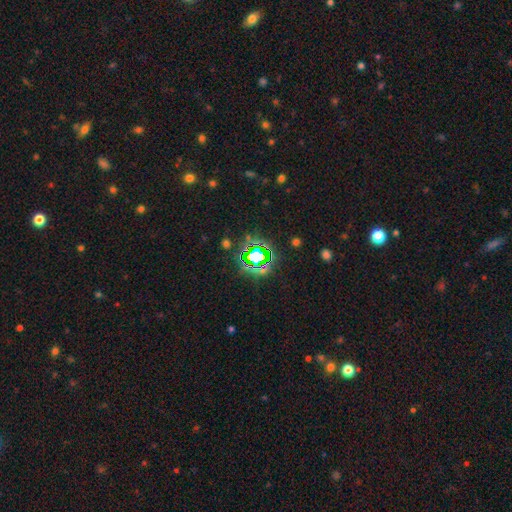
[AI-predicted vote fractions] smooth-or-featured: star or artifact: 71% | smooth: 18% | featured or disk: 11%